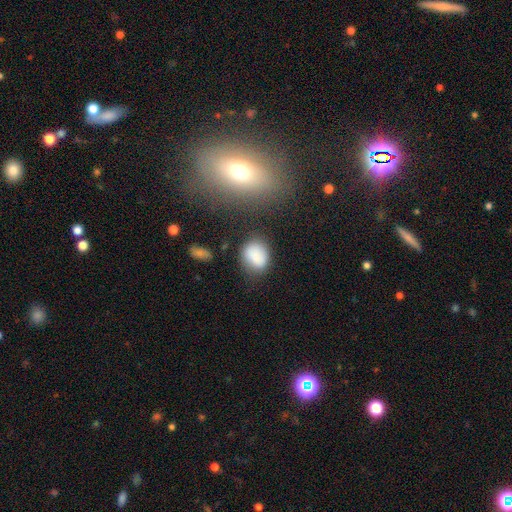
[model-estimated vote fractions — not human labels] This is clearly a smooth galaxy (83%). How rounded: possibly in between (55%). Merging: likely none (65%).